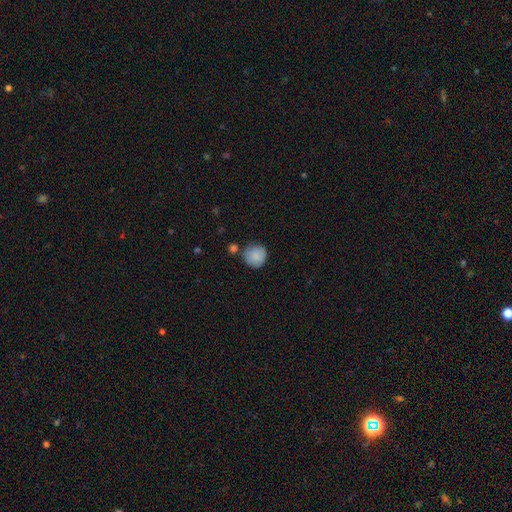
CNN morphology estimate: A smooth galaxy with no disk features (85%) that is round (90%).

Vote fractions:
- Smooth or featured? smooth: 85% / featured or disk: 8% / star or artifact: 7%
- How rounded? round: 90% / in between: 9% / cigar-shaped: 1%
- Merging? none: 66% / minor disturbance: 19% / merger: 11% / major disturbance: 4%